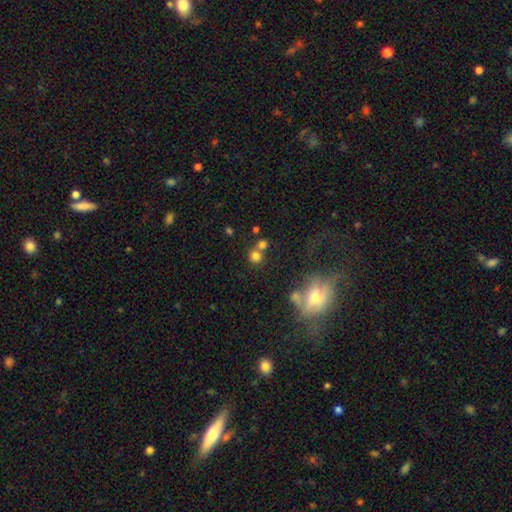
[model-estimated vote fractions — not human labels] Morphology: type=smooth (75%); roundness=round (87%); merging=none (56%).